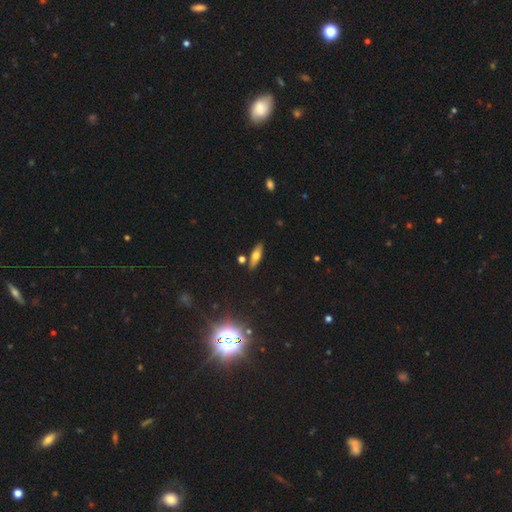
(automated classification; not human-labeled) A smooth galaxy with no disk features (56%) that is in between round and cigar-shaped (55%).

Vote fractions:
- Smooth or featured? smooth: 56% / featured or disk: 34% / star or artifact: 10%
- How rounded? in between: 55% / cigar-shaped: 41% / round: 3%
- Merging? none: 82% / minor disturbance: 10% / merger: 6% / major disturbance: 2%